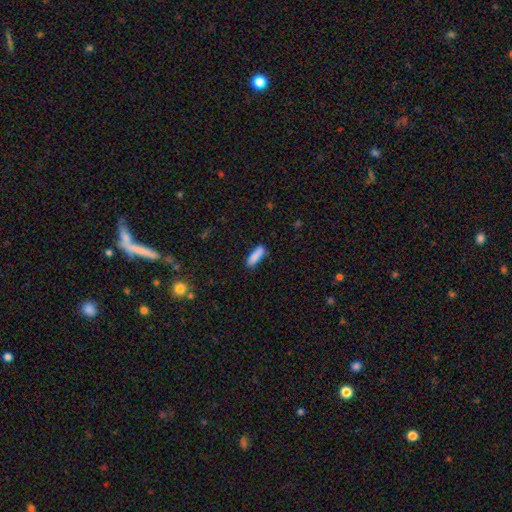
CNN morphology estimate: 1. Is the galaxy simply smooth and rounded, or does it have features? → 87% smooth, 7% star or artifact, 6% featured or disk.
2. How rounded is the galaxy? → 66% cigar-shaped, 32% in between, 2% round.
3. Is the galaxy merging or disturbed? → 81% none, 13% minor disturbance, 3% major disturbance, 2% merger.